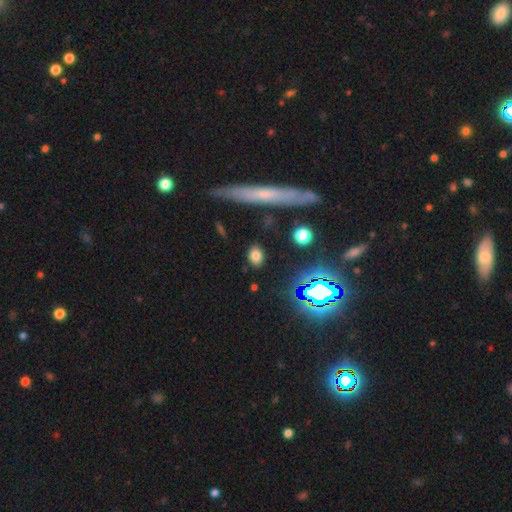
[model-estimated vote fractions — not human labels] smooth_or_featured: smooth (p=0.75) [alt: star or artifact p=0.16]
how_rounded: in between (p=0.72) [alt: round p=0.26]
merging: none (p=0.85) [alt: minor disturbance p=0.10]